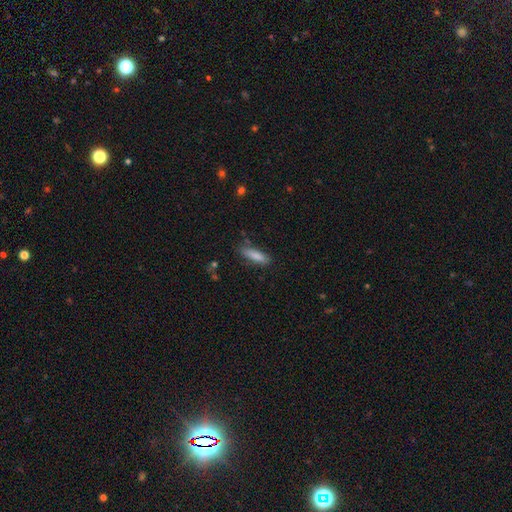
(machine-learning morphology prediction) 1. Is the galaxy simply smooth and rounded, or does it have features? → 85% smooth, 8% featured or disk, 7% star or artifact.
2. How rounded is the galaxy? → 60% cigar-shaped, 39% in between, 2% round.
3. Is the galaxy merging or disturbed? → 80% none, 14% minor disturbance, 3% major disturbance, 2% merger.